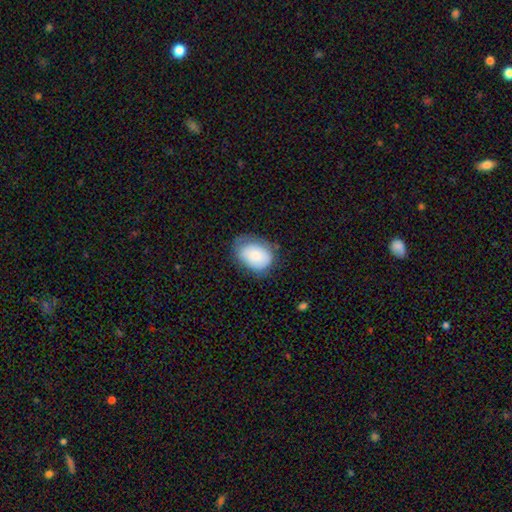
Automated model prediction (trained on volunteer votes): Smooth or featured?
  - smooth: 77% *
  - featured or disk: 16%
  - star or artifact: 7%
How rounded?
  - in between: 73% *
  - round: 26%
  - cigar-shaped: 1%
Merging?
  - none: 55% *
  - minor disturbance: 32%
  - major disturbance: 11%
  - merger: 2%